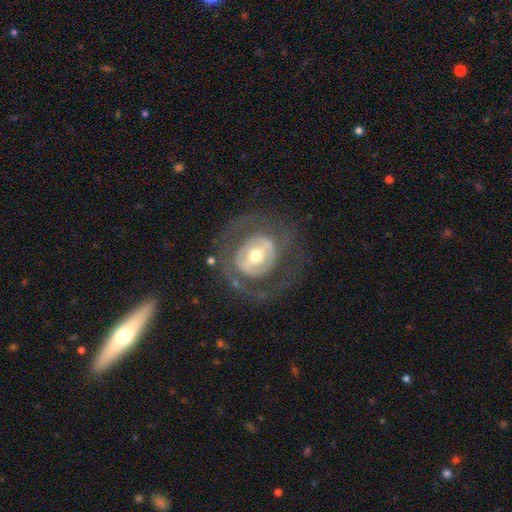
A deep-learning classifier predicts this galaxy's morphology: Smooth or featured? Predicted: featured or disk (p=0.71). Edge-on disk? Predicted: no (p=0.95). Bar? Predicted: no (p=0.41). Spiral arms? Predicted: no (p=0.58). Bulge size? Predicted: moderate (p=0.69). Merging? Predicted: none (p=0.68).